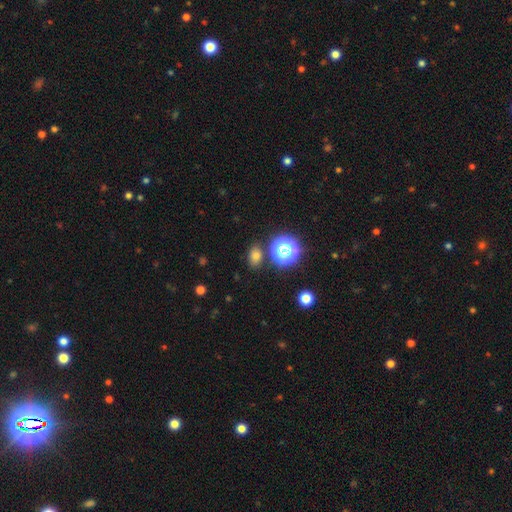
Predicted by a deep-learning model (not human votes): Smooth or featured: smooth — 72% (star or artifact — 21%)
How rounded: in between — 67% (round — 32%)
Merging: none — 81% (minor disturbance — 11%)